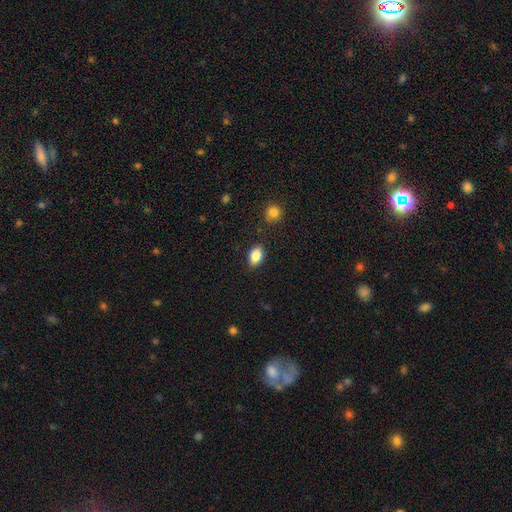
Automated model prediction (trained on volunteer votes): A smooth galaxy with no disk features (85%) that is in between round and cigar-shaped (85%).

Vote fractions:
- Smooth or featured? smooth: 85% / star or artifact: 8% / featured or disk: 7%
- How rounded? in between: 85% / round: 13% / cigar-shaped: 2%
- Merging? none: 84% / minor disturbance: 11% / major disturbance: 3% / merger: 2%